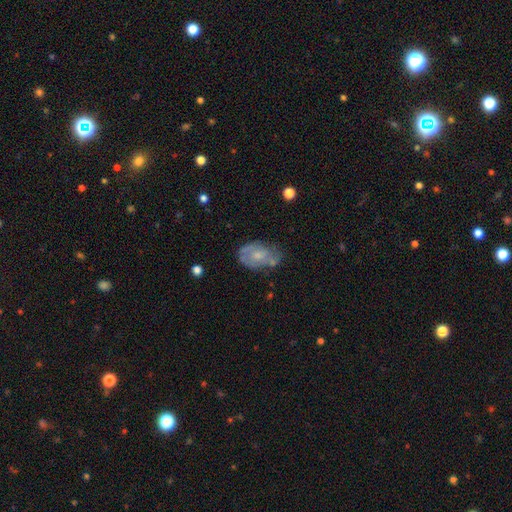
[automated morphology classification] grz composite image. It shows a featured or disk galaxy (53%) with no bar (78%), spiral arms (51%) and a small central bulge (42%, tied with moderate). Merging: none (54%).